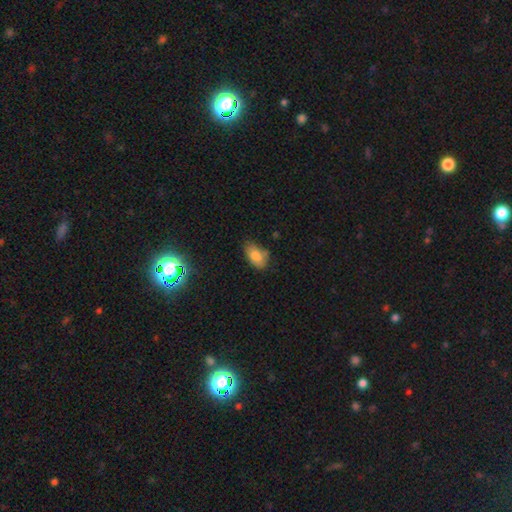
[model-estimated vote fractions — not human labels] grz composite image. It shows a smooth galaxy with no disk features (81%) that is in between round and cigar-shaped (91%). Merging: none (62%).